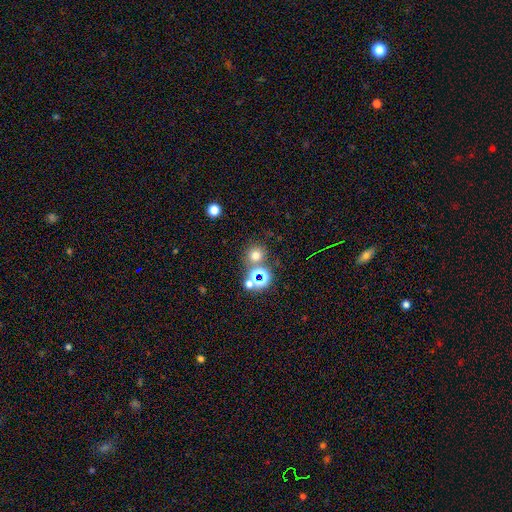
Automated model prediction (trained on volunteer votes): This is likely a smooth galaxy (65%). How rounded: clearly round (90%). Merging: likely none (71%).